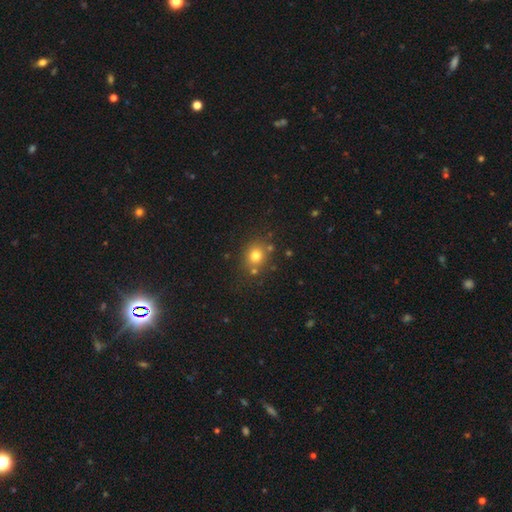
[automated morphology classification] Q: Smooth or featured?
A: smooth (77%); runner-up: star or artifact (15%)
Q: How rounded?
A: round (76%); runner-up: in between (23%)
Q: Merging?
A: none (76%); runner-up: minor disturbance (11%)